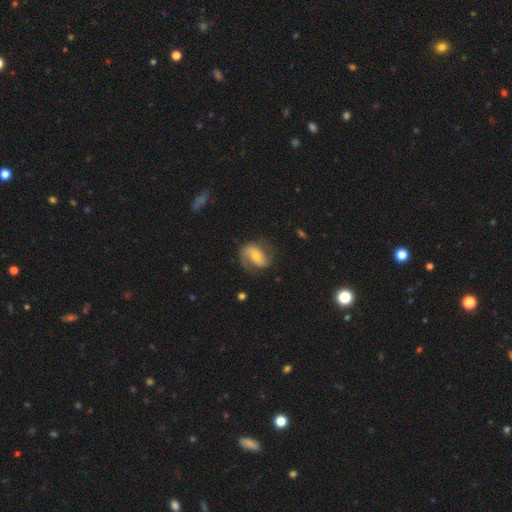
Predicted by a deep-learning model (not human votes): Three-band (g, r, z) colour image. It shows a featured or disk galaxy (69%) with no bar (38%), 2 (76%) medium (41%) spiral arms (89%) and a moderate central bulge (53%). Merging: none (64%).